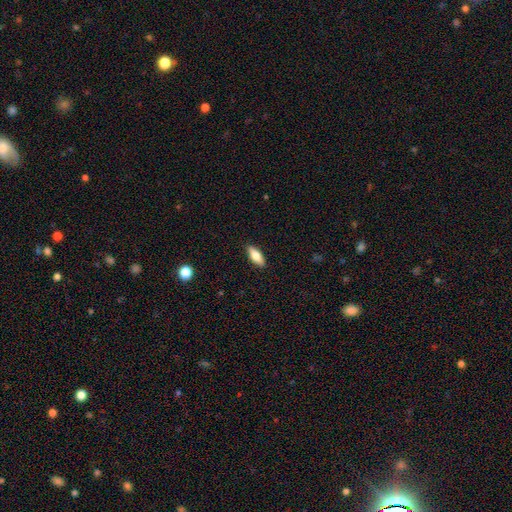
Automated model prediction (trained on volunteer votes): smooth 72%, featured or disk 22%, star or artifact 6%. Down the decision tree: how rounded — in between (69%); merging — none (89%).